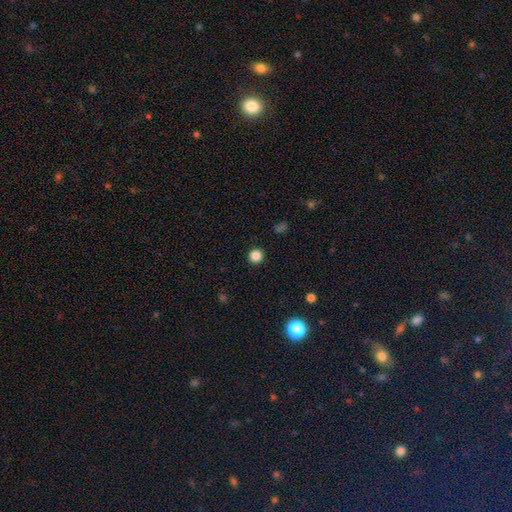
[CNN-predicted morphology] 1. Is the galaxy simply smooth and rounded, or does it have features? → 85% smooth, 11% star or artifact, 3% featured or disk.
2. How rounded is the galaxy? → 95% round, 4% in between, 1% cigar-shaped.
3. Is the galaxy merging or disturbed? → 93% none, 4% minor disturbance, 2% major disturbance, 1% merger.